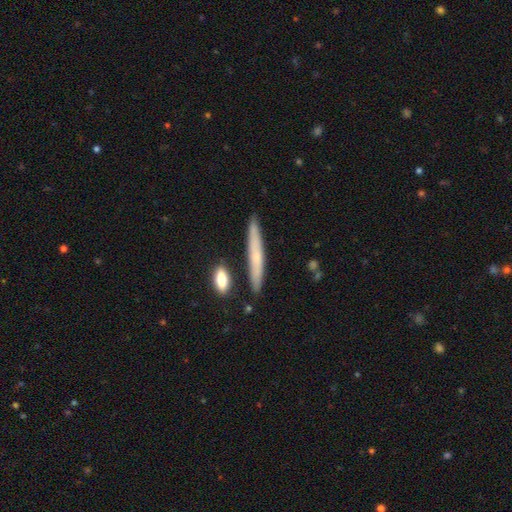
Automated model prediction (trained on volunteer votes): This appears to be a smooth galaxy with no disk features (53%) that is cigar-shaped (94%). Merging: none (84%).